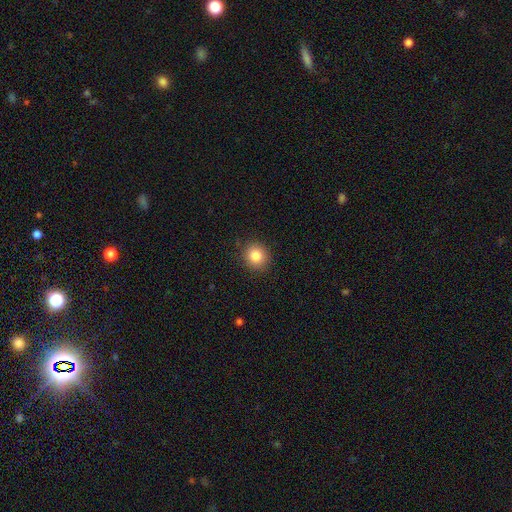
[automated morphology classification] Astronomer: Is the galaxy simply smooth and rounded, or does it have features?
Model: smooth — 85%.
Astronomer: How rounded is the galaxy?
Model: round — 85%.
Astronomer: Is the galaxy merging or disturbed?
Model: none — 89%.